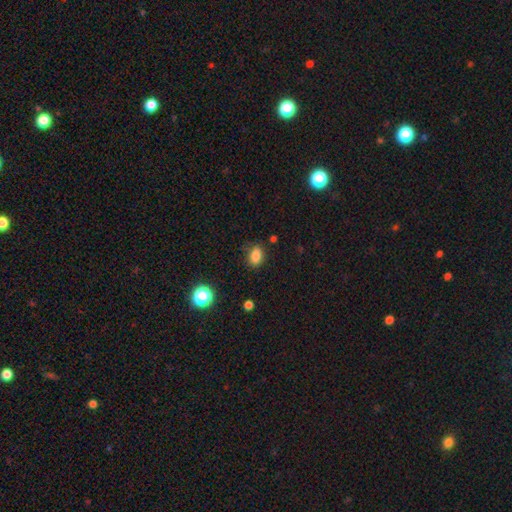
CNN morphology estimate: Smooth or featured?
  - smooth: 84% *
  - star or artifact: 12%
  - featured or disk: 5%
How rounded?
  - in between: 77% *
  - round: 22%
  - cigar-shaped: 2%
Merging?
  - none: 77% *
  - minor disturbance: 17%
  - major disturbance: 4%
  - merger: 2%